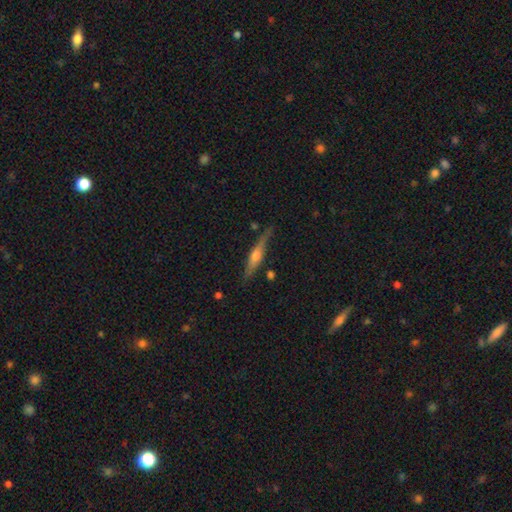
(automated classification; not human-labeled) Smooth or featured? Predicted: featured or disk (p=0.72). Edge-on disk? Predicted: yes (p=0.96). Edge-on bulge? Predicted: rounded (p=0.84). Merging? Predicted: none (p=0.81).